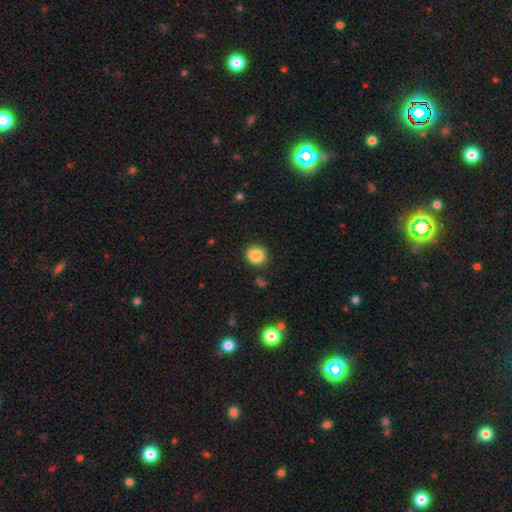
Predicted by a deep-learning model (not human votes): The model was most divided on "how rounded": round: 71%, in between: 28%, cigar-shaped: 1%. More confident: smooth or featured — smooth (84%); merging — none (71%).